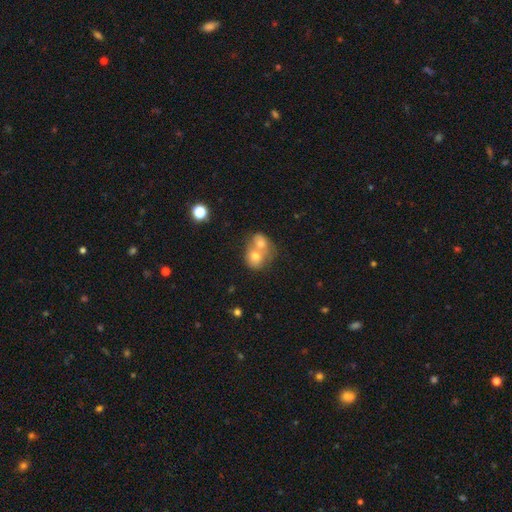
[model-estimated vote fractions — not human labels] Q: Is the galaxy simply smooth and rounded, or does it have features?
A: smooth — 67%.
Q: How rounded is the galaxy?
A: round — 62%.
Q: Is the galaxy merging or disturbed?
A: merger — 75%.